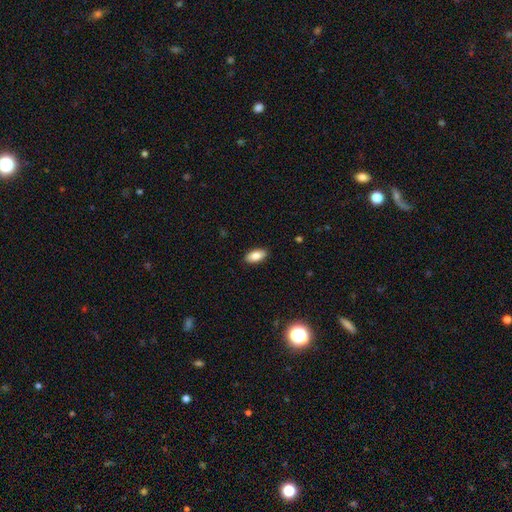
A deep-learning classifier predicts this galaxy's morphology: This appears to be a smooth galaxy with no disk features (84%) that is in between round and cigar-shaped (92%). Merging: none (89%).